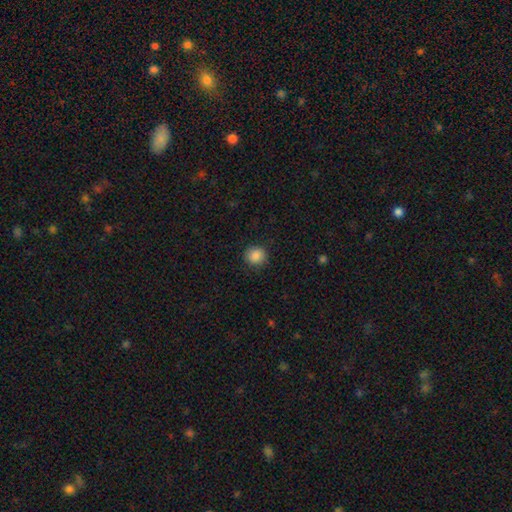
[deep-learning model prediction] A smooth galaxy with no disk features (87%) that is round (90%). Merging: none (89%).